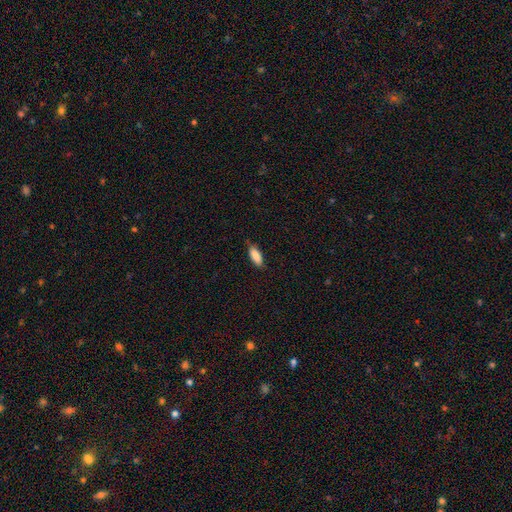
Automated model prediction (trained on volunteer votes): Smooth or featured?
  - smooth: 88% *
  - star or artifact: 6%
  - featured or disk: 5%
How rounded?
  - in between: 76% *
  - cigar-shaped: 22%
  - round: 2%
Merging?
  - none: 81% *
  - minor disturbance: 15%
  - major disturbance: 3%
  - merger: 1%